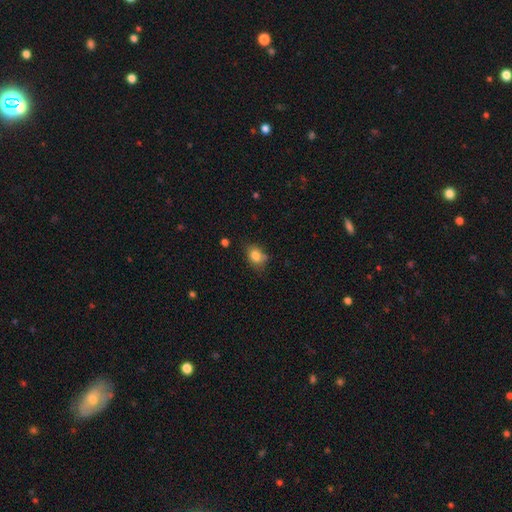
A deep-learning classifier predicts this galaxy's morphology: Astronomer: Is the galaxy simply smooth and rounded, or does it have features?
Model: smooth — 82%.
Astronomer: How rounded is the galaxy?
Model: in between — 67%.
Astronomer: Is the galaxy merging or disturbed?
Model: none — 67%.